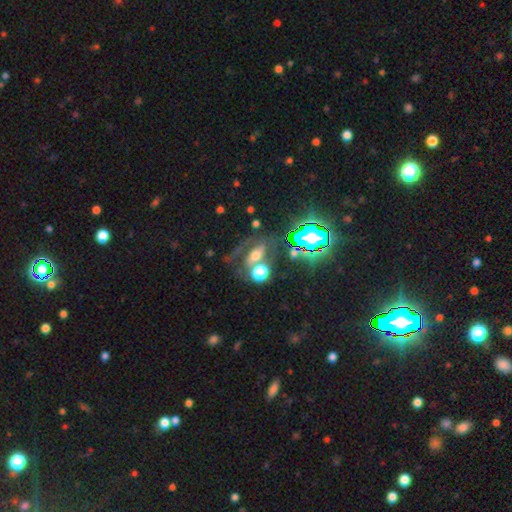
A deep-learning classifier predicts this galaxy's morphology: The model was most divided on "smooth or featured": featured or disk: 42%, smooth: 31%, star or artifact: 27%. Remaining: merging — none (48%).